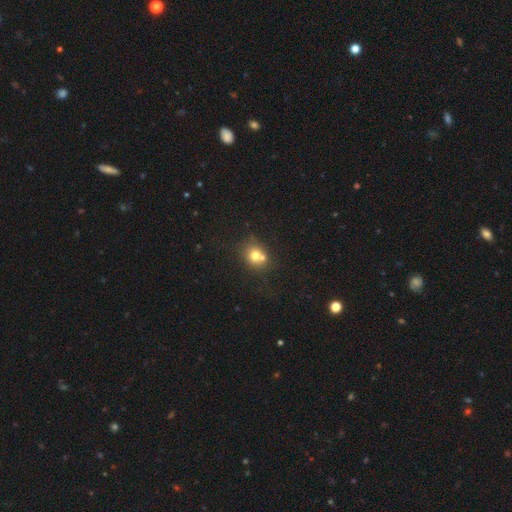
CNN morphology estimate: This is likely a smooth galaxy (72%). How rounded: likely round (76%). Merging: possibly none (48%).